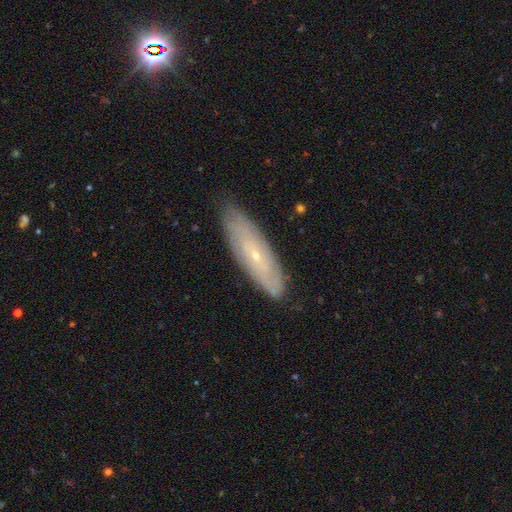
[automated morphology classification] Smooth or featured: featured or disk — 63% (smooth — 29%)
Edge-on disk: no — 72% (yes — 28%)
Merging: none — 81% (minor disturbance — 15%)